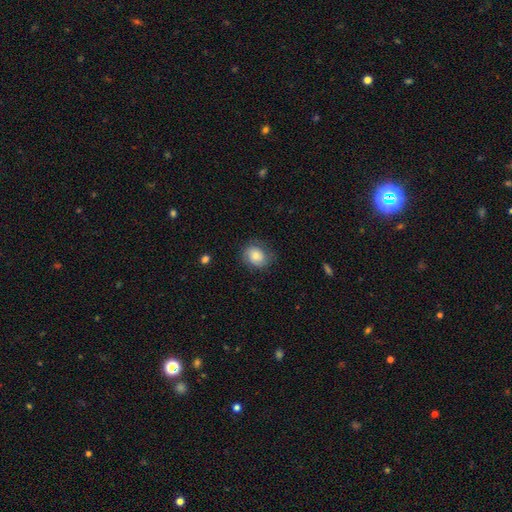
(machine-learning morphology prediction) smooth 67%, featured or disk 25%, star or artifact 9%. Down the decision tree: how rounded — round (61%); merging — none (72%).